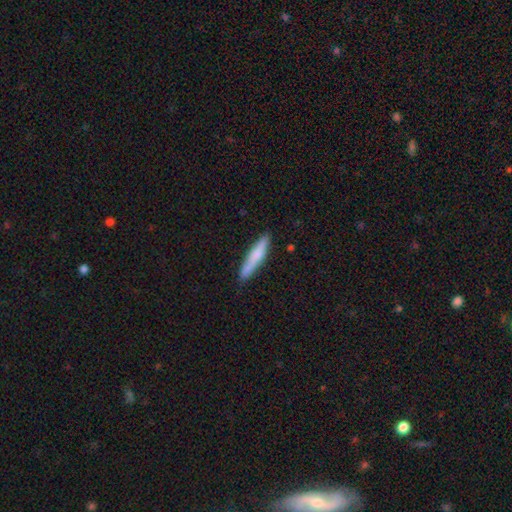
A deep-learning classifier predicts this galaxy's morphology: Overall: smooth (67%; featured or disk 27%). How rounded: cigar-shaped (91%). Merging: none (85%).